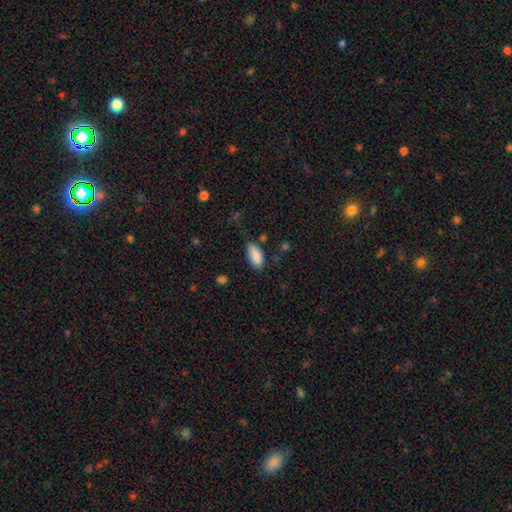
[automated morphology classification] A smooth galaxy with no disk features (88%) that is in between round and cigar-shaped (91%). Merging: none (71%).